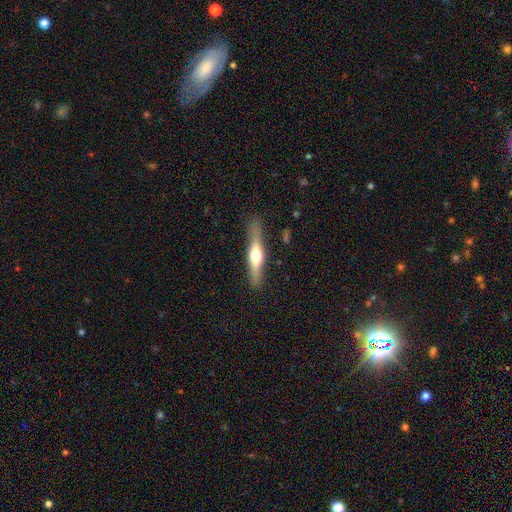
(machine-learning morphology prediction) Smooth or featured? featured or disk (64%)
Edge-on disk? yes (96%)
Edge-on bulge? rounded (93%)
Merging? none (85%)